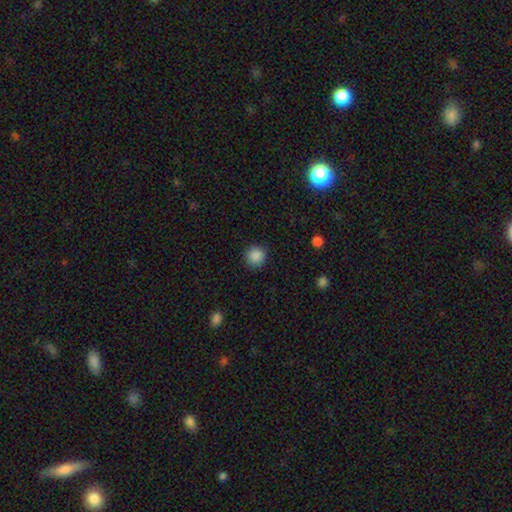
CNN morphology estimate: Q: Smooth or featured?
A: smooth (88%); runner-up: star or artifact (10%)
Q: How rounded?
A: round (93%); runner-up: in between (6%)
Q: Merging?
A: none (89%); runner-up: minor disturbance (7%)